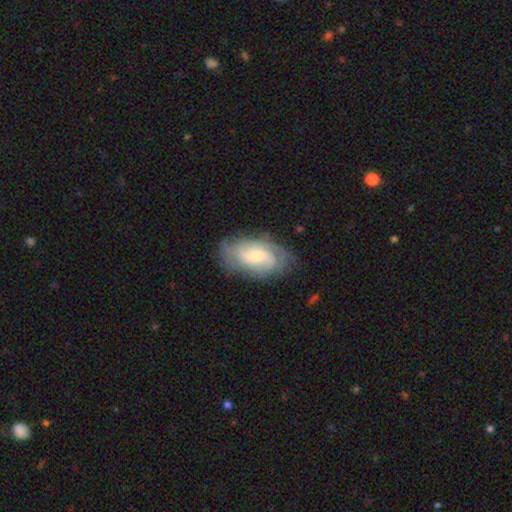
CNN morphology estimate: type=featured or disk (73%); edge-on=no (96%); bar=weak (52%); spiral arms=yes (92%); winding=medium (42%); arm count=2 (44%); bulge=small (51%); merging=none (69%).